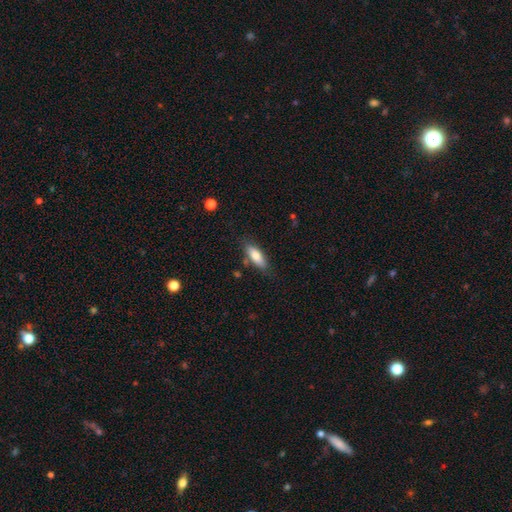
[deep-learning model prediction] Smooth or featured? Predicted: smooth (p=0.76). How rounded? Predicted: in between (p=0.66). Merging? Predicted: none (p=0.78).